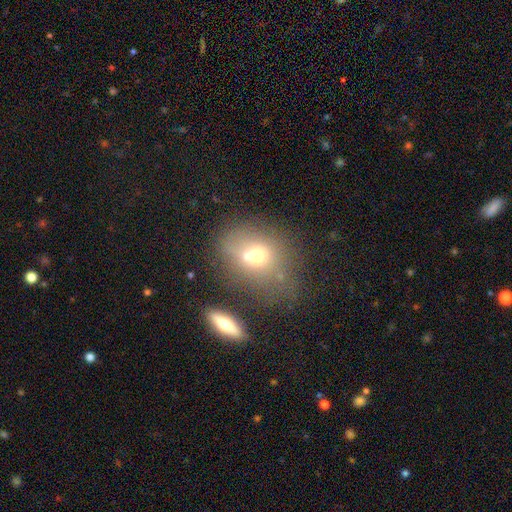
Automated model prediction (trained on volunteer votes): A smooth galaxy with no disk features (63%) that is round (56%). Merging: none (45%).